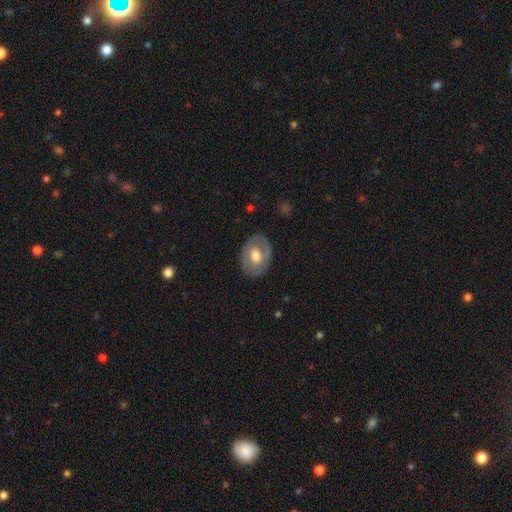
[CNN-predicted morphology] A featured or disk galaxy (49%). Merging: none (79%).